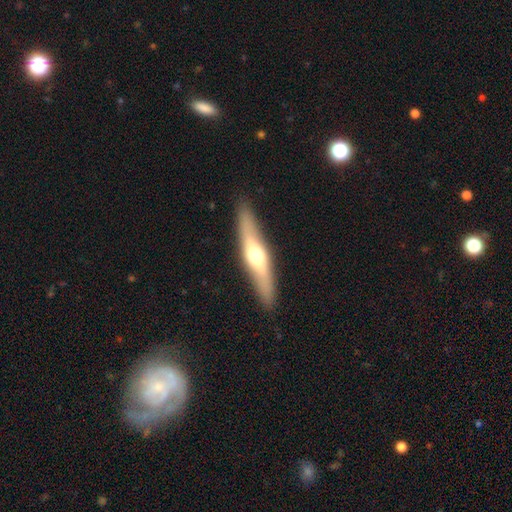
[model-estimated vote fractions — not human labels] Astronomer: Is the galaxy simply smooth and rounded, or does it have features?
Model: featured or disk — 56% (runner-up: smooth, 39%).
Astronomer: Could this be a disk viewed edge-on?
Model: yes — 86%.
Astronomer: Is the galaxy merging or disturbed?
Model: none — 89%.